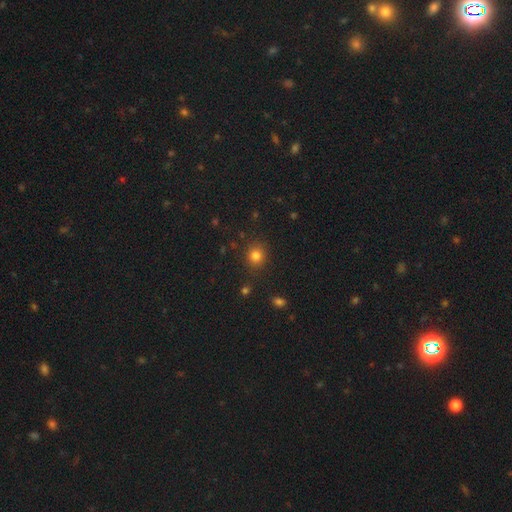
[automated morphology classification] This is clearly a smooth galaxy (80%). How rounded: clearly round (84%). Merging: clearly none (86%).